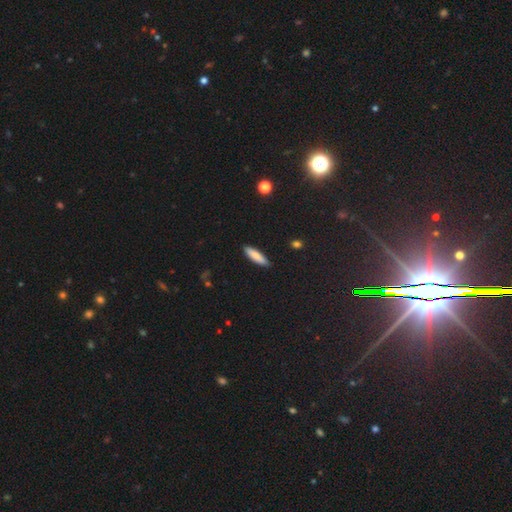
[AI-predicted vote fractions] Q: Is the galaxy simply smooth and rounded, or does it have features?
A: smooth — 82%.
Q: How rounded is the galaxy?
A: cigar-shaped — 71%.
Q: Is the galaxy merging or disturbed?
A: none — 89%.